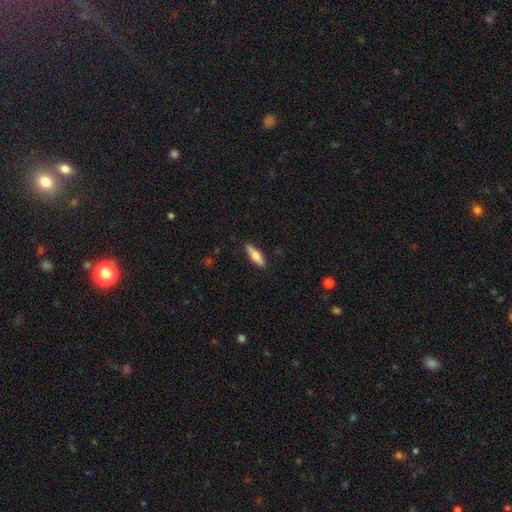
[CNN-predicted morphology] This is likely a smooth galaxy (70%). How rounded: possibly cigar-shaped (55%). Merging: clearly none (86%).